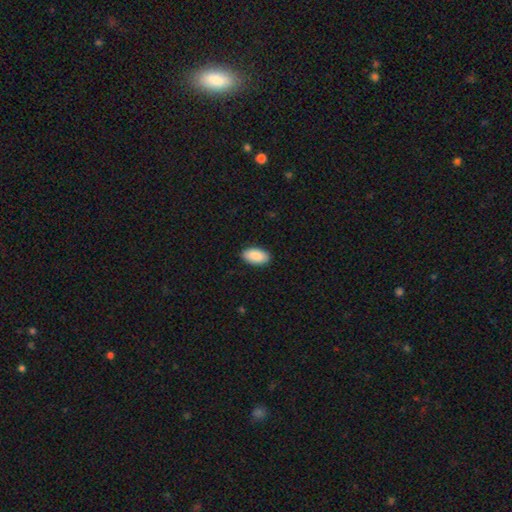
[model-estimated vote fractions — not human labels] smooth-or-featured: smooth: 89% | star or artifact: 6% | featured or disk: 5%
  how-rounded: in between: 95% | round: 3% | cigar-shaped: 2%
  merging: none: 89% | minor disturbance: 8% | major disturbance: 2% | merger: 1%